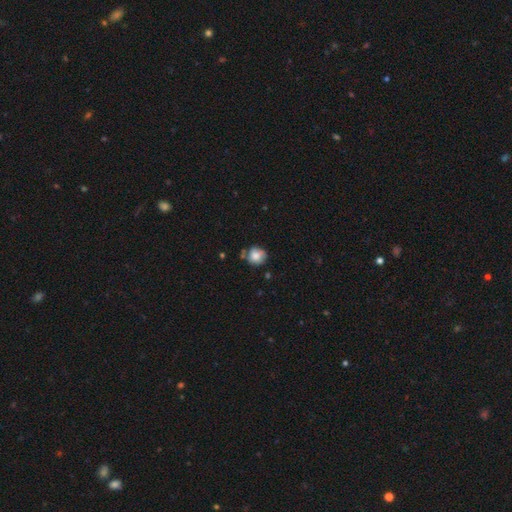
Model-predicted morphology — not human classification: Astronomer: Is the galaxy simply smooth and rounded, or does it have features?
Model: smooth — 70%.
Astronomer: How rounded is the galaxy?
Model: round — 81%.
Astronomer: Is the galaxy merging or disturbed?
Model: none — 58%.